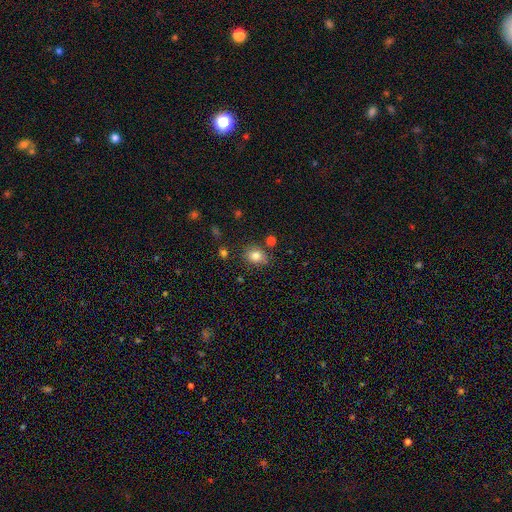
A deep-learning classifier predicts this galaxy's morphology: A smooth galaxy with no disk features (82%) that is round (51%). Merging: none (76%).